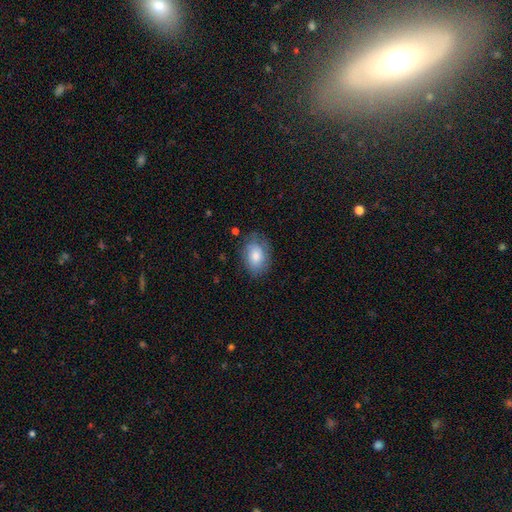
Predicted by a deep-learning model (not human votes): This appears to be a smooth galaxy with no disk features (77%) that is in between round and cigar-shaped (77%). Merging: none (71%).